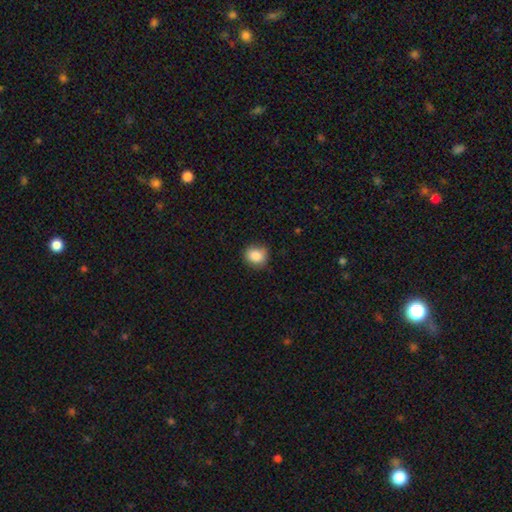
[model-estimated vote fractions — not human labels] This appears to be a smooth galaxy with no disk features (86%) that is round (72%). Merging: none (77%).